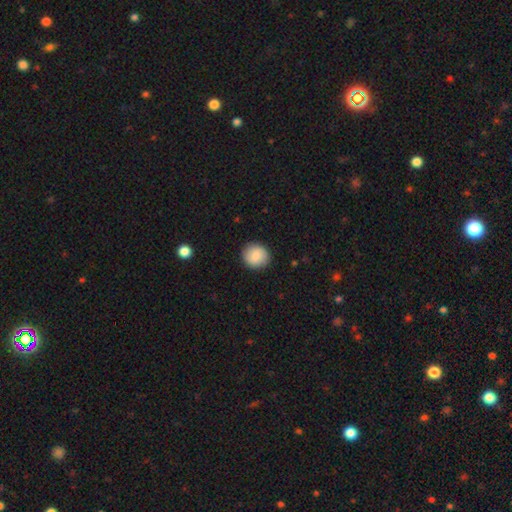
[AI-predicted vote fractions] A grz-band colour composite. It shows a smooth galaxy with no disk features (86%) that is round (86%). Merging: none (90%).